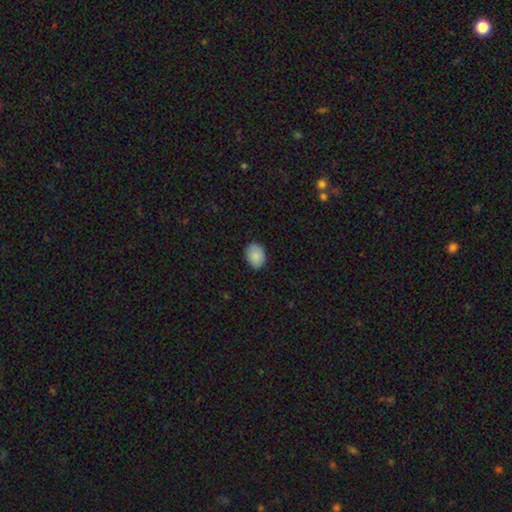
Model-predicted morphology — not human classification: The model was most divided on "how rounded": in between: 68%, round: 31%, cigar-shaped: 1%. More confident: smooth or featured — smooth (88%); merging — none (86%).